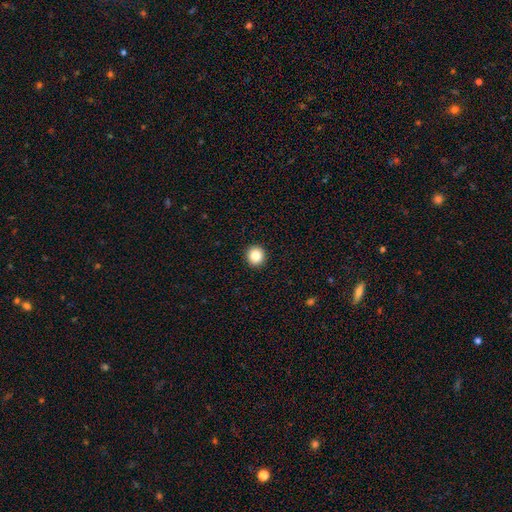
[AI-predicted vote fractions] Smooth or featured? smooth (85%)
How rounded? round (94%)
Merging? none (94%)